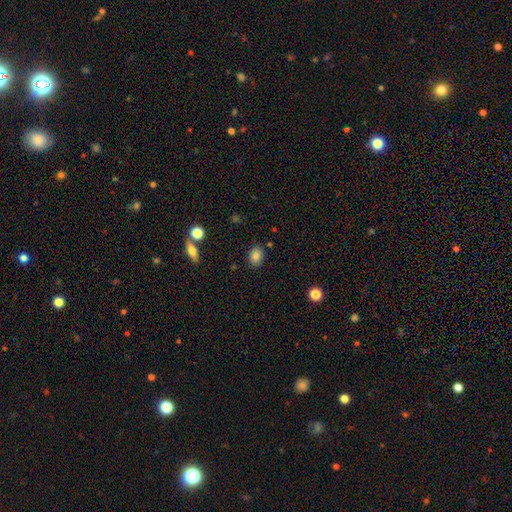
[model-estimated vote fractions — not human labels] The model was most divided on "how rounded": in between: 61%, round: 38%, cigar-shaped: 1%. More confident: merging — none (85%); smooth or featured — smooth (81%).